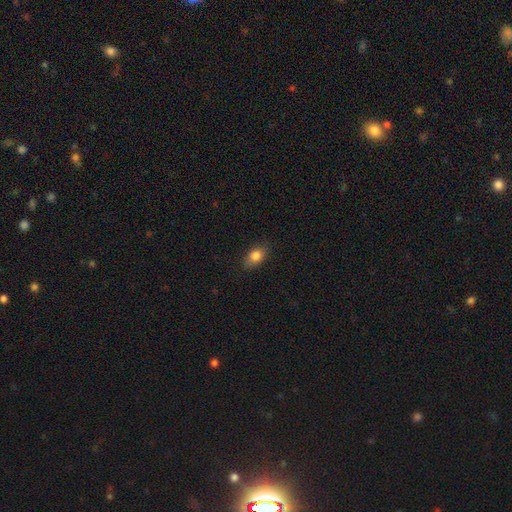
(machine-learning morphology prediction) type=smooth (83%); roundness=in between (83%); merging=none (84%).